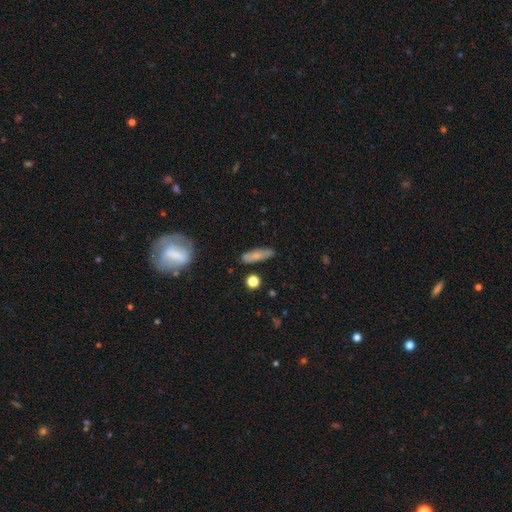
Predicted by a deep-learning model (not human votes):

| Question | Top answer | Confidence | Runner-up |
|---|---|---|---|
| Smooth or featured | smooth | 69% | featured or disk (23%) |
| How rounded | cigar-shaped | 63% | in between (33%) |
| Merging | none | 82% | minor disturbance (13%) |